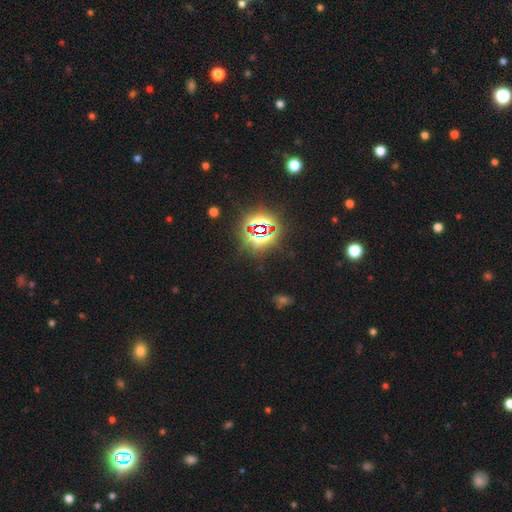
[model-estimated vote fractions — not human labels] star or artifact 82%, smooth 12%, featured or disk 6%.